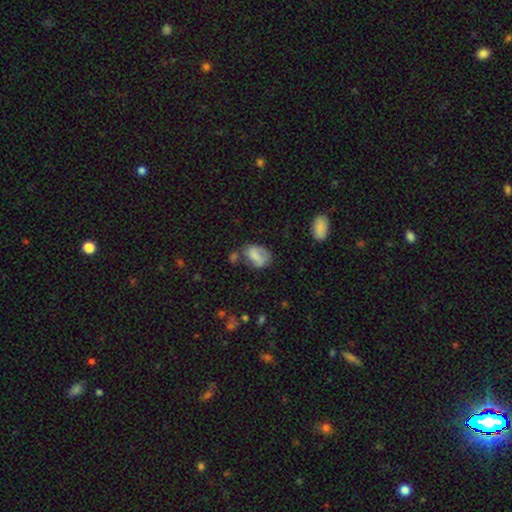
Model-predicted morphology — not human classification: A smooth galaxy with no disk features (63%) that is in between round and cigar-shaped (79%). Merging: none (42%).